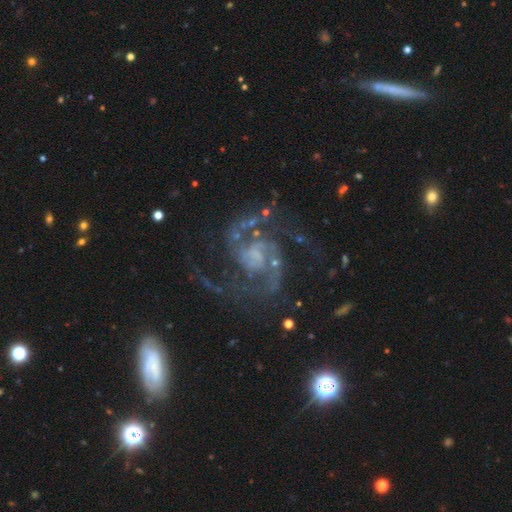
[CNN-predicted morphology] Smooth or featured: featured or disk — 90% (star or artifact — 7%)
Edge-on disk: no — 98% (yes — 2%)
Bar: no — 48% (weak — 39%)
Spiral arms: yes — 98% (no — 2%)
Spiral winding: medium — 61% (tight — 20%)
Spiral arm count: 2 — 83% (3 — 6%)
Bulge size: small — 38% (none — 35%)
Merging: none — 67% (minor disturbance — 16%)